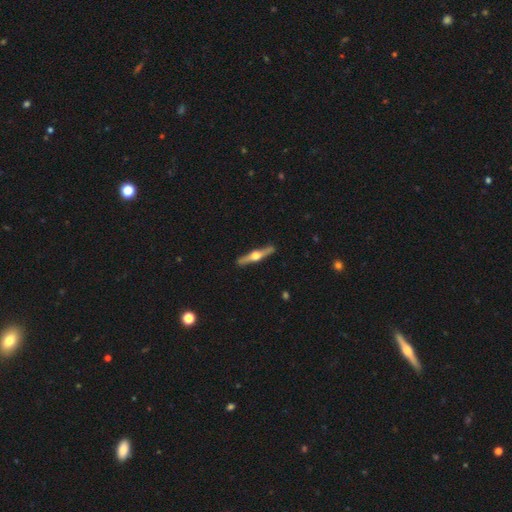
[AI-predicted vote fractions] This appears to be a featured or disk galaxy (75%) viewed edge-on (98%) with a rounded central bulge (96%). Merging: none (91%).